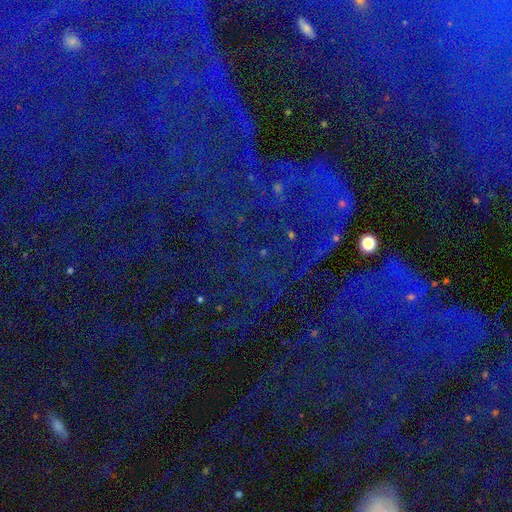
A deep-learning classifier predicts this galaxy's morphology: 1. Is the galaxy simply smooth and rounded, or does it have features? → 84% star or artifact, 9% smooth, 7% featured or disk.